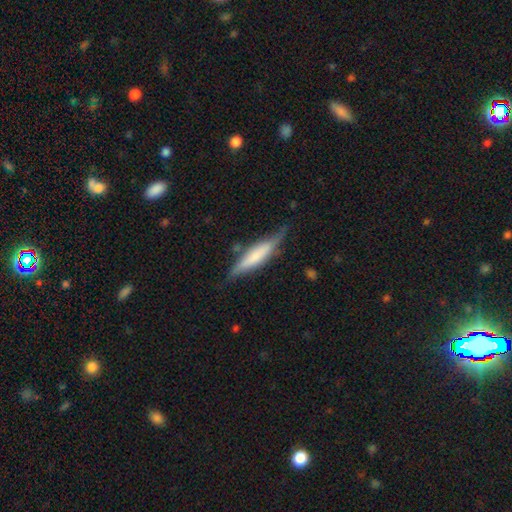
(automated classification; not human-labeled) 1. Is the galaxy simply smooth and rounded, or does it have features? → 50% smooth, 44% featured or disk, 6% star or artifact.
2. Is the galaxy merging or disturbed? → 67% none, 24% minor disturbance, 6% major disturbance, 3% merger.